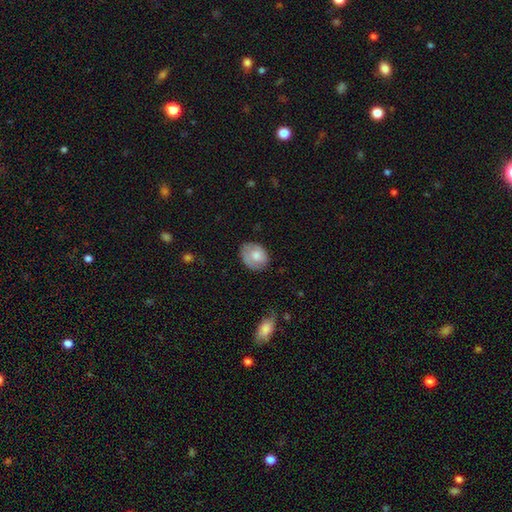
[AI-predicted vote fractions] smooth_or_featured: smooth (p=0.68) [alt: featured or disk p=0.25]
how_rounded: in between (p=0.55) [alt: round p=0.44]
merging: none (p=0.65) [alt: minor disturbance p=0.26]